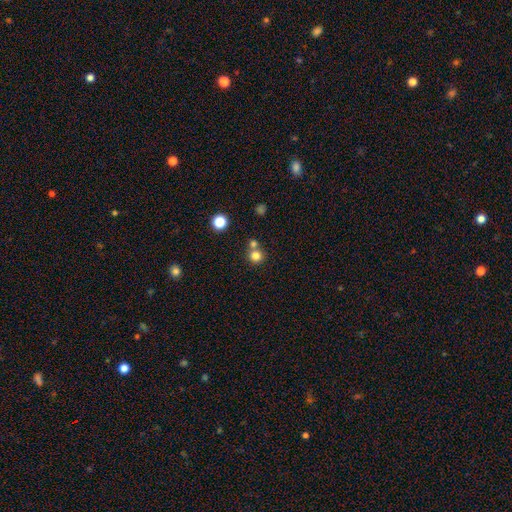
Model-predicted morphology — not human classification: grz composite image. It shows a smooth galaxy with no disk features (79%) that is round (91%). Merging: none (59%).